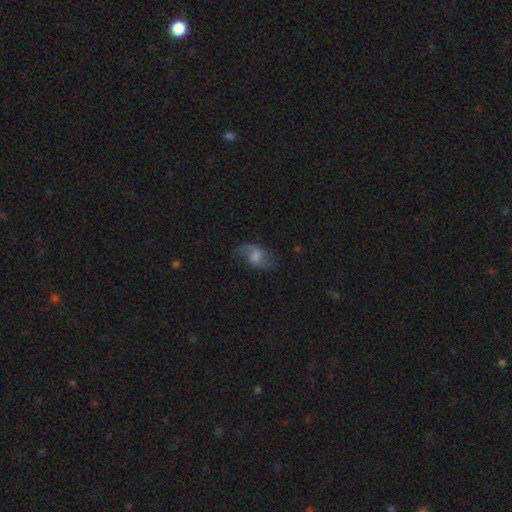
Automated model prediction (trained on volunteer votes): Smooth or featured? featured or disk (65%)
Edge-on disk? no (95%)
Bar? weak (53%)
Spiral arms? yes (90%)
Spiral winding? loose (67%)
Spiral arm count? 2 (85%)
Bulge size? moderate (36%)
Merging? none (71%)